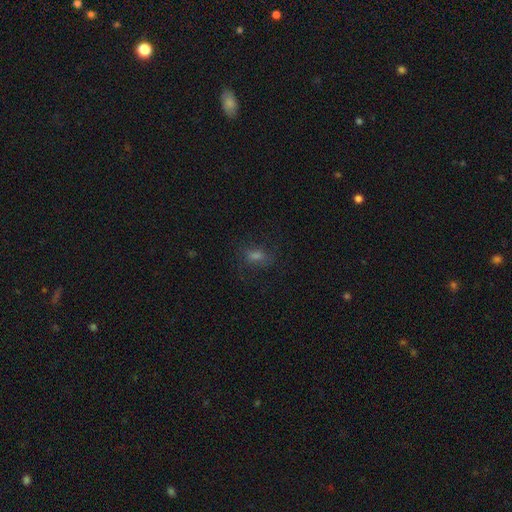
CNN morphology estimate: This is possibly a smooth galaxy (49%). Merging: likely none (70%).